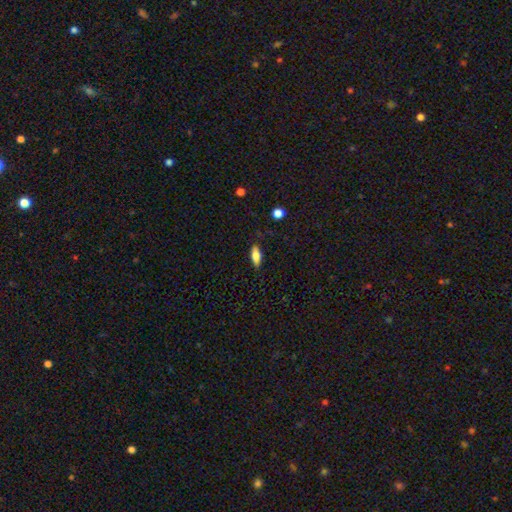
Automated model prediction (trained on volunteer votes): Overall: smooth (74%). How rounded: in between (69%). Merging: none (85%).